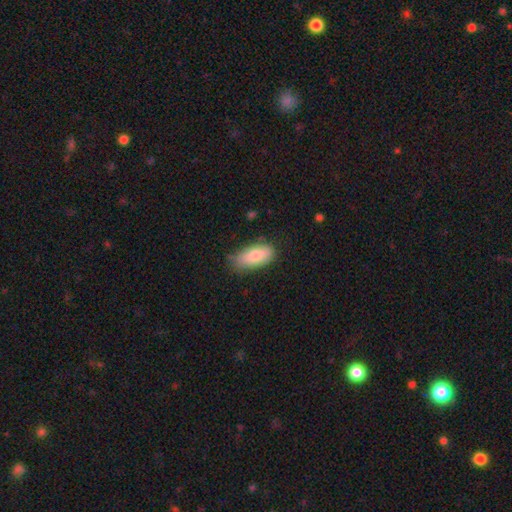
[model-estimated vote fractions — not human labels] This appears to be a smooth galaxy with no disk features (82%) that is in between round and cigar-shaped (85%). Merging: none (72%).